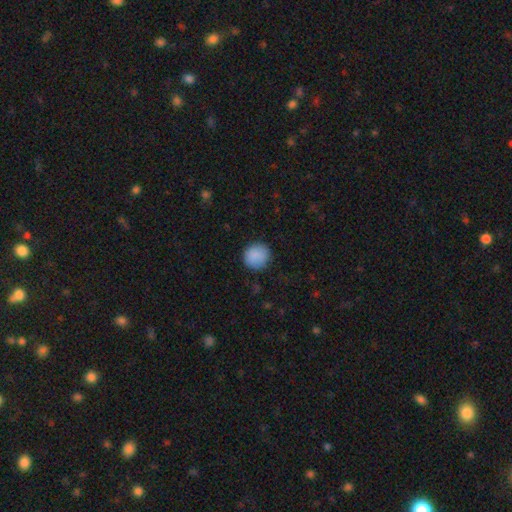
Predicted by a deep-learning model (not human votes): This appears to be a smooth galaxy with no disk features (88%) that is round (93%). Merging: none (86%).